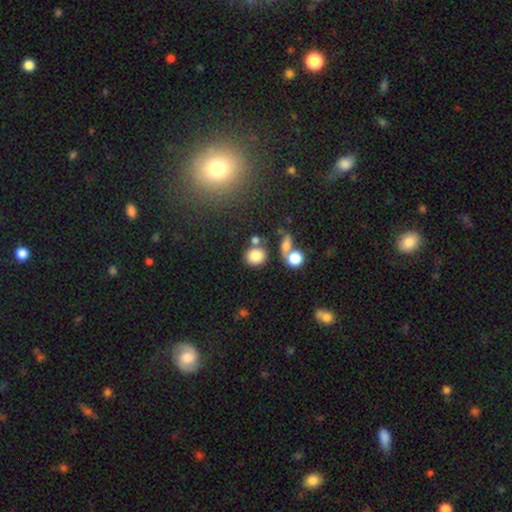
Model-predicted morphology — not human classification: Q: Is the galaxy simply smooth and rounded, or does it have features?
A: smooth — 81%.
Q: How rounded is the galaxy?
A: round — 75%.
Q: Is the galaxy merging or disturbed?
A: none — 64%.